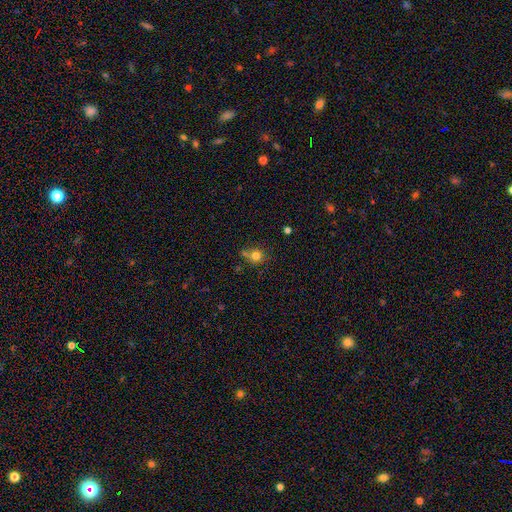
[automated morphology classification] This is likely a smooth galaxy (77%). How rounded: clearly round (87%). Merging: likely none (61%).